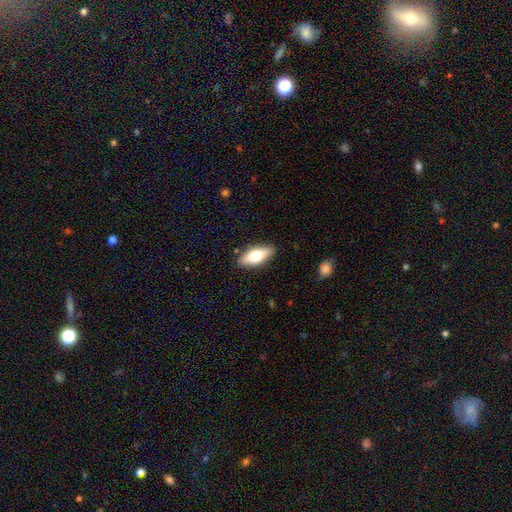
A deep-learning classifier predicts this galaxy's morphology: smooth 60%, featured or disk 33%, star or artifact 6%. Down the decision tree: how rounded — in between (78%); merging — none (87%).